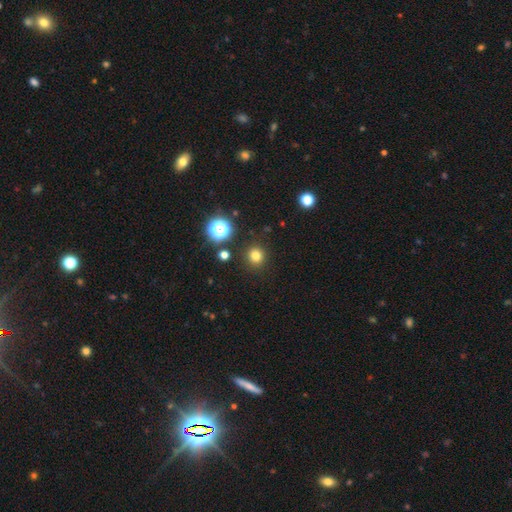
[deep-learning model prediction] A smooth galaxy with no disk features (78%) that is round (94%).

Vote fractions:
- Smooth or featured? smooth: 78% / star or artifact: 17% / featured or disk: 5%
- How rounded? round: 94% / in between: 5% / cigar-shaped: 1%
- Merging? none: 90% / minor disturbance: 6% / major disturbance: 2% / merger: 2%